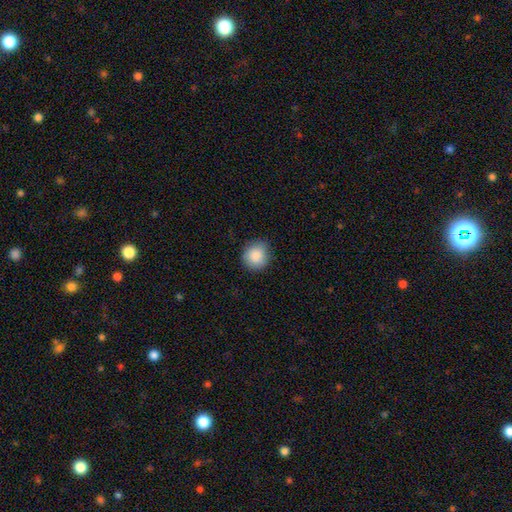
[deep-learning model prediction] smooth_or_featured: smooth (p=0.88) [alt: star or artifact p=0.07]
how_rounded: round (p=0.84) [alt: in between p=0.15]
merging: none (p=0.82) [alt: minor disturbance p=0.14]